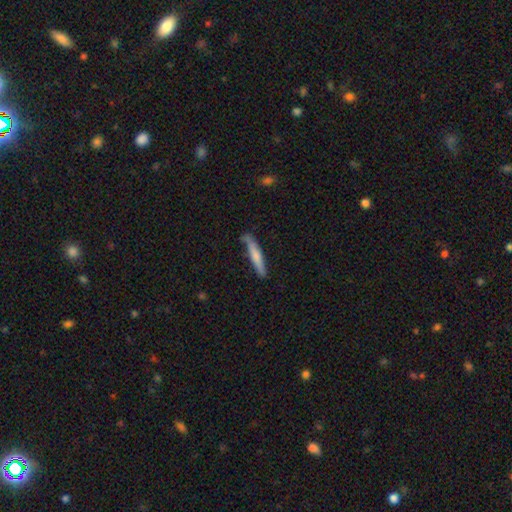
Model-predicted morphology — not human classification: Smooth or featured: smooth — 66% (featured or disk — 29%)
How rounded: cigar-shaped — 93% (in between — 6%)
Merging: none — 73% (minor disturbance — 20%)